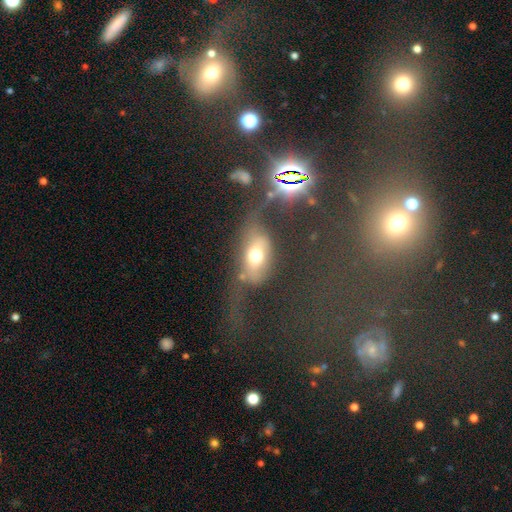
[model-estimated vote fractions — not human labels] Overall: smooth (53%; featured or disk 35%). How rounded: in between (79%). Merging: none (37%; major disturbance 33%).